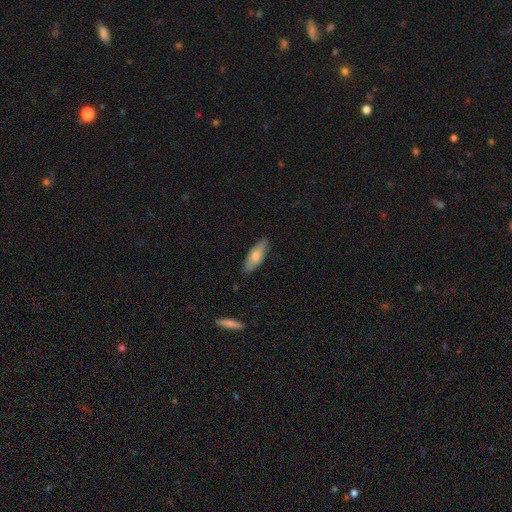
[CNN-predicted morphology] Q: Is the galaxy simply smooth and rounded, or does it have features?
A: smooth — 71%.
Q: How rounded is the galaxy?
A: in between — 66%.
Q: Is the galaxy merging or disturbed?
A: none — 84%.